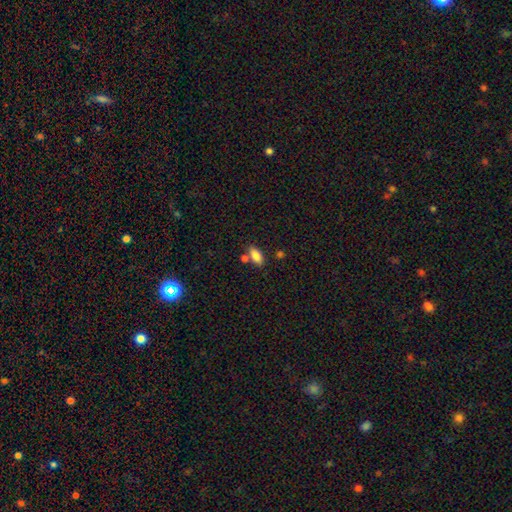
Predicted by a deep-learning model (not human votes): This appears to be a smooth galaxy with no disk features (83%) that is in between round and cigar-shaped (87%). Merging: none (65%).